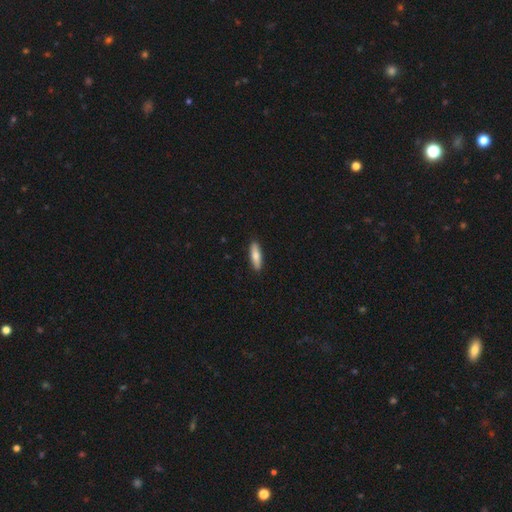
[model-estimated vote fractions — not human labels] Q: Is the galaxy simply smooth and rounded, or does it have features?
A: smooth — 79%.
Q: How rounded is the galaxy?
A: cigar-shaped — 59%.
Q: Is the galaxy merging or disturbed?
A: none — 90%.